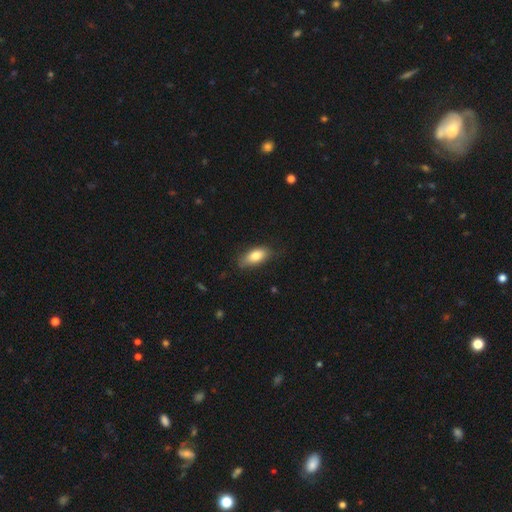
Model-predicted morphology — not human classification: A smooth galaxy with no disk features (79%) that is in between round and cigar-shaped (85%). Merging: none (75%).